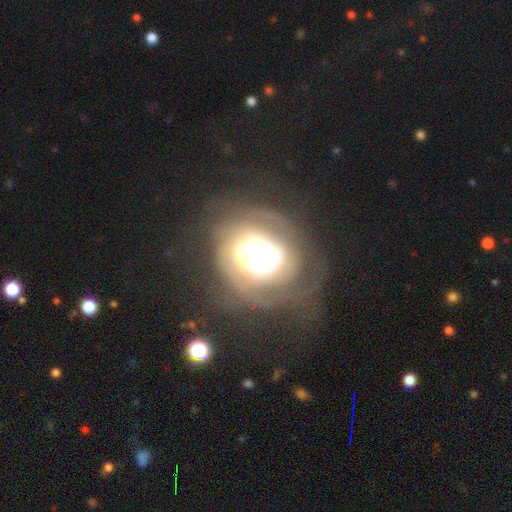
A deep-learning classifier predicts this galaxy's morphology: type=featured or disk (75%); edge-on=no (97%); bar=no (75%); spiral arms=yes (87%); winding=tight (56%); arm count=2 (36%); bulge=large (44%); merging=none (50%).